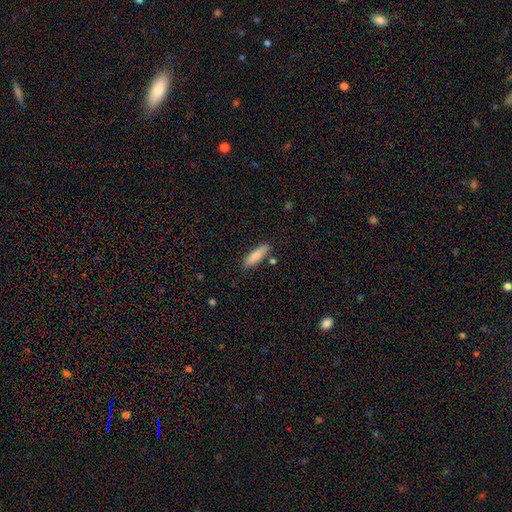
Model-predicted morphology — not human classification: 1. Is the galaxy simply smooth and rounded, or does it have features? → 81% smooth, 13% featured or disk, 6% star or artifact.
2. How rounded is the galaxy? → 54% cigar-shaped, 44% in between, 2% round.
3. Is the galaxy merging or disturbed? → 80% none, 13% minor disturbance, 5% merger, 2% major disturbance.